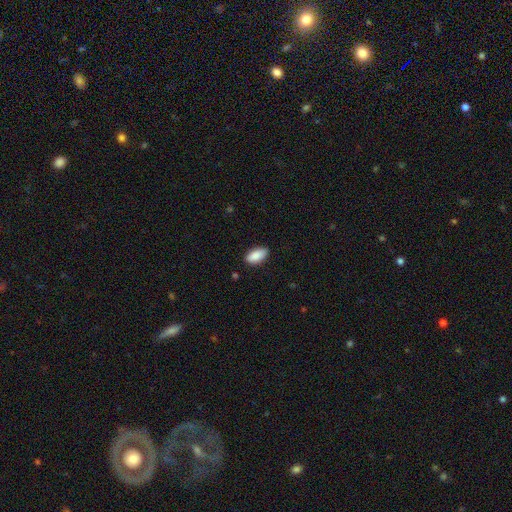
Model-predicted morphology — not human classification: Smooth or featured?
  - smooth: 89% *
  - star or artifact: 6%
  - featured or disk: 5%
How rounded?
  - in between: 93% *
  - cigar-shaped: 5%
  - round: 2%
Merging?
  - none: 84% *
  - minor disturbance: 12%
  - major disturbance: 2%
  - merger: 1%